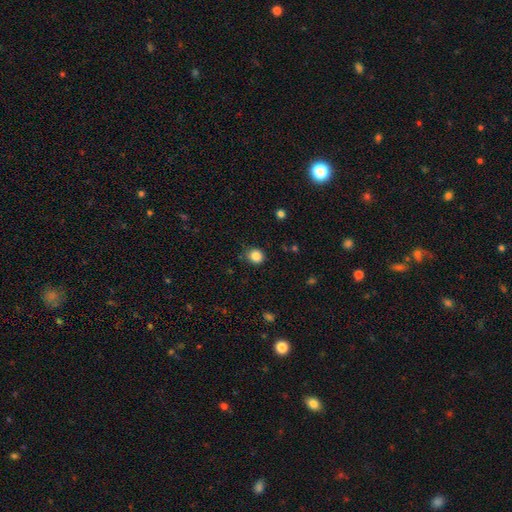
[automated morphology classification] This appears to be a smooth galaxy with no disk features (85%) that is round (83%). Merging: none (85%).